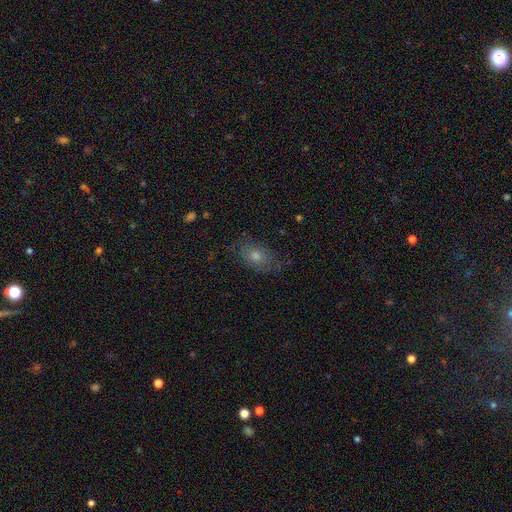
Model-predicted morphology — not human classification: smooth_or_featured: smooth (p=0.57) [alt: featured or disk p=0.26]
how_rounded: in between (p=0.74) [alt: round p=0.23]
merging: none (p=0.71) [alt: minor disturbance p=0.20]